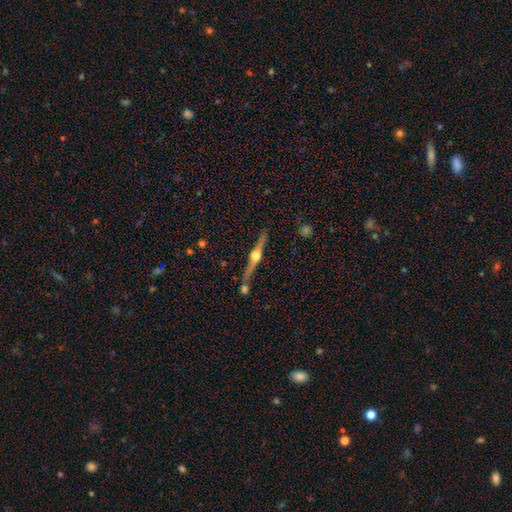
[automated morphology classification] The model was most divided on "merging": none: 78%, minor disturbance: 12%, merger: 7%, major disturbance: 3%. More confident: edge-on disk — yes (98%); edge-on bulge — rounded (96%); smooth or featured — featured or disk (82%).